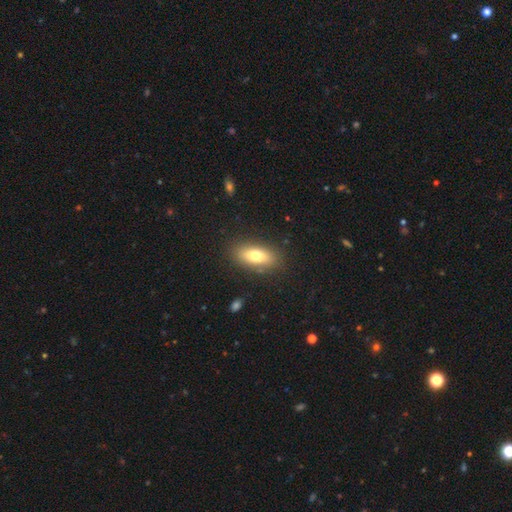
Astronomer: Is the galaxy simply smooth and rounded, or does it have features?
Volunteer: smooth — 88%.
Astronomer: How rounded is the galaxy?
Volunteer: in between — 83%.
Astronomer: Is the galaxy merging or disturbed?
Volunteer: none — 82%.